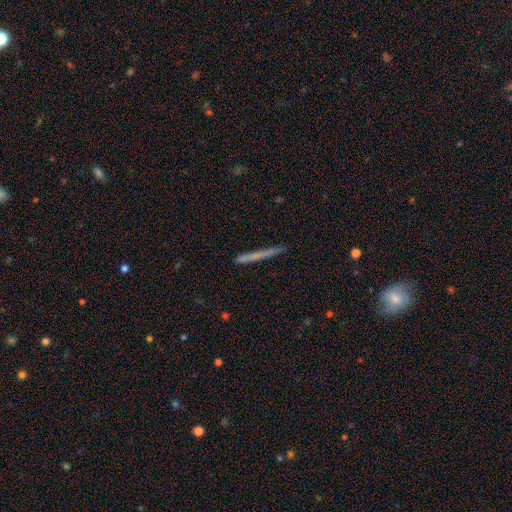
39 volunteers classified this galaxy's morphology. A smooth galaxy with no disk features (56%) that is cigar-shaped (95%).

Vote fractions:
- Smooth or featured? smooth: 56% / featured or disk: 38% / star or artifact: 5%
- How rounded? cigar-shaped: 95% / round: 5% / in between: 0%
- Merging? none: 86% / minor disturbance: 8% / merger: 5% / major disturbance: 0%